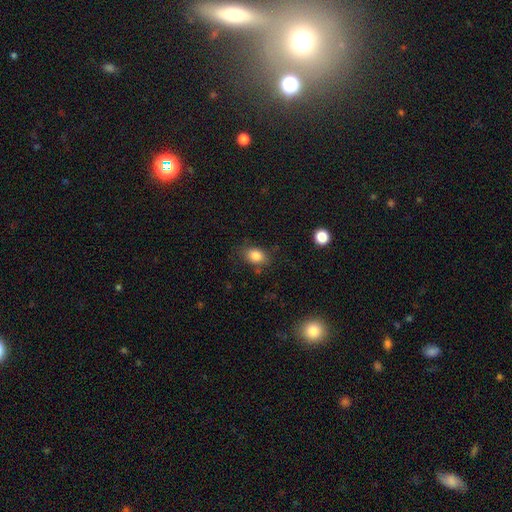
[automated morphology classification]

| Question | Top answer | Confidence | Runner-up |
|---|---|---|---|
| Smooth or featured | smooth | 83% | star or artifact (10%) |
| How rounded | in between | 76% | round (22%) |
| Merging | none | 77% | minor disturbance (16%) |